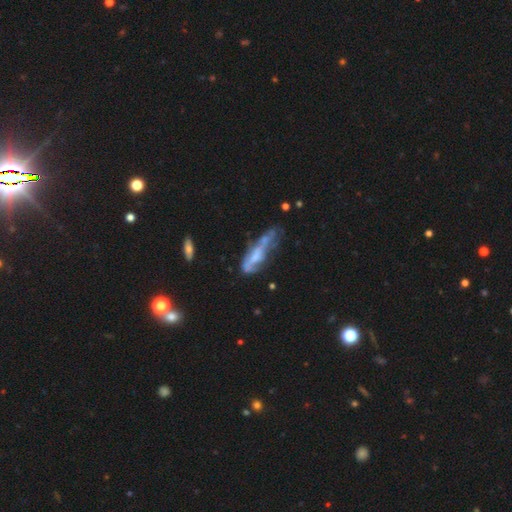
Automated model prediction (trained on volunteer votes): Q: Smooth or featured?
A: featured or disk (59%); runner-up: smooth (31%)
Q: Edge-on disk?
A: no (74%); runner-up: yes (26%)
Q: Merging?
A: none (33%); runner-up: major disturbance (28%)